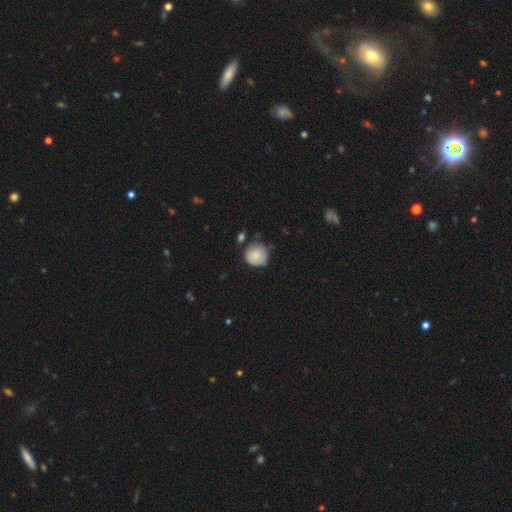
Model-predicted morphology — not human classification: A smooth galaxy with no disk features (81%) that is round (91%). Merging: none (69%).